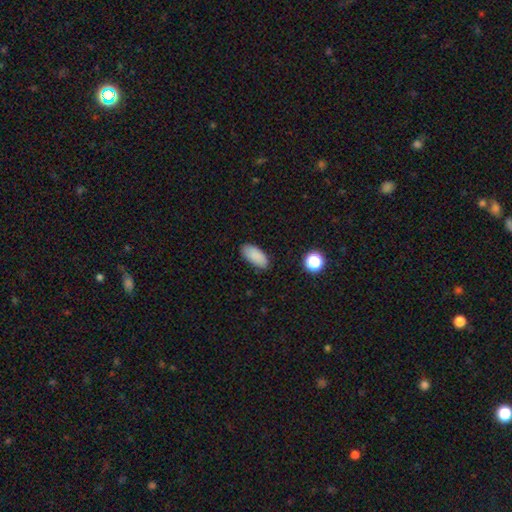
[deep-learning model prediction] smooth 87%, star or artifact 9%, featured or disk 4%. Down the decision tree: how rounded — in between (89%); merging — none (85%).